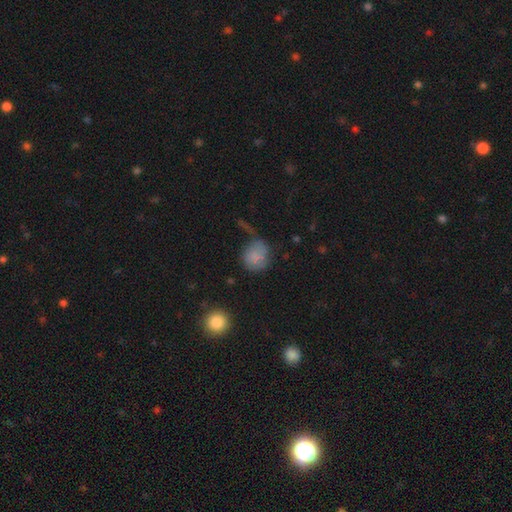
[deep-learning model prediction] Smooth or featured?
  - smooth: 72% *
  - featured or disk: 15%
  - star or artifact: 13%
How rounded?
  - round: 76% *
  - in between: 23%
  - cigar-shaped: 1%
Merging?
  - none: 50% *
  - minor disturbance: 24%
  - major disturbance: 13%
  - merger: 13%